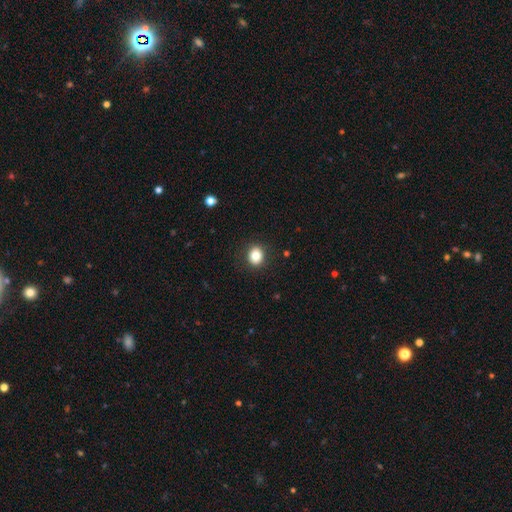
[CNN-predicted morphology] Smooth or featured? Predicted: smooth (p=0.83). How rounded? Predicted: round (p=0.60). Merging? Predicted: none (p=0.90).